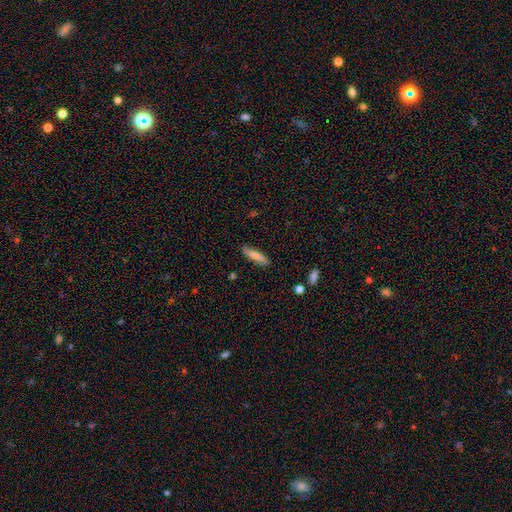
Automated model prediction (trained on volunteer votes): Morphology: type=smooth (75%); roundness=cigar-shaped (82%); merging=none (83%).